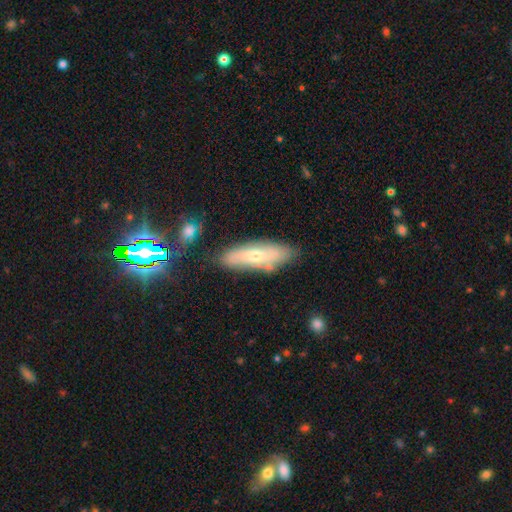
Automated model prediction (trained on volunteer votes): Q: Smooth or featured?
A: smooth (50%); runner-up: featured or disk (41%)
Q: How rounded?
A: cigar-shaped (49%); runner-up: in between (48%)
Q: Merging?
A: none (74%); runner-up: minor disturbance (16%)